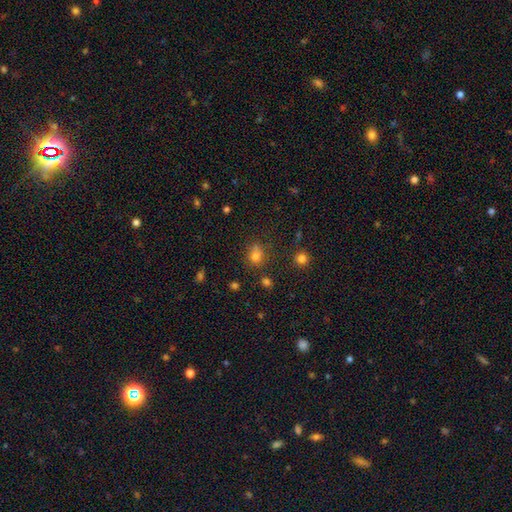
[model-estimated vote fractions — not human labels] smooth-or-featured: smooth: 71% | star or artifact: 21% | featured or disk: 8%
  how-rounded: round: 66% | in between: 33% | cigar-shaped: 1%
  merging: none: 59% | merger: 18% | minor disturbance: 17% | major disturbance: 7%